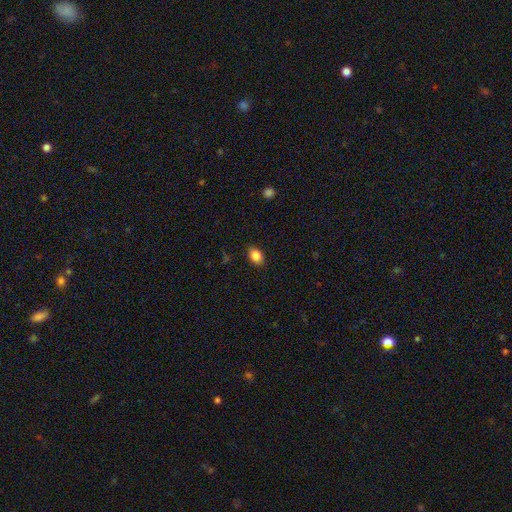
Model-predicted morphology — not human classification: Smooth or featured? Predicted: smooth (p=0.86). How rounded? Predicted: in between (p=0.74). Merging? Predicted: none (p=0.88).